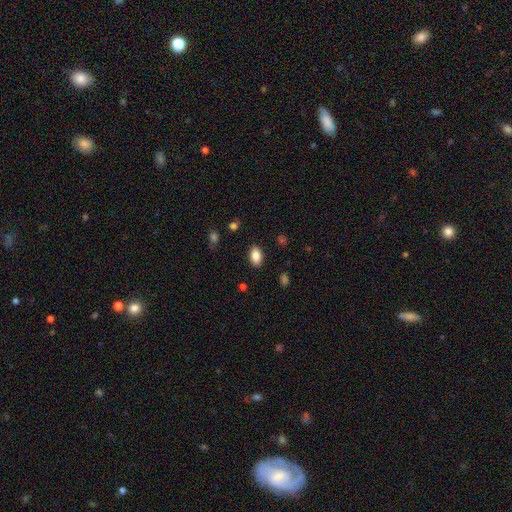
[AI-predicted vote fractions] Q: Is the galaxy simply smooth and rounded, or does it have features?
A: smooth — 86%.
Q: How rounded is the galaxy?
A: in between — 91%.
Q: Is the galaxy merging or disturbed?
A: none — 87%.